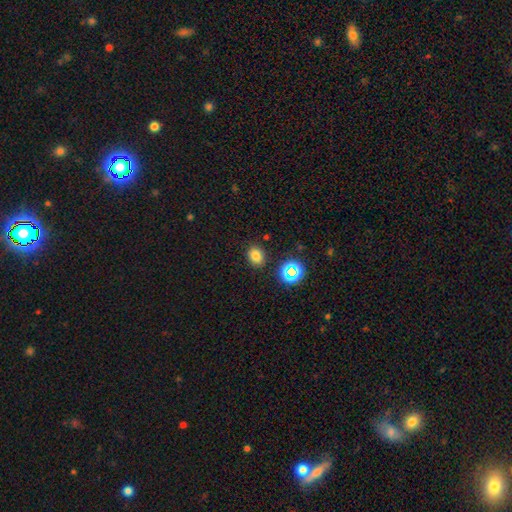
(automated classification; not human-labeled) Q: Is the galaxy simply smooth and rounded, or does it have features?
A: smooth — 76%.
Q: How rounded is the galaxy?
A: in between — 55%.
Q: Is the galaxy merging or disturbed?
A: none — 84%.